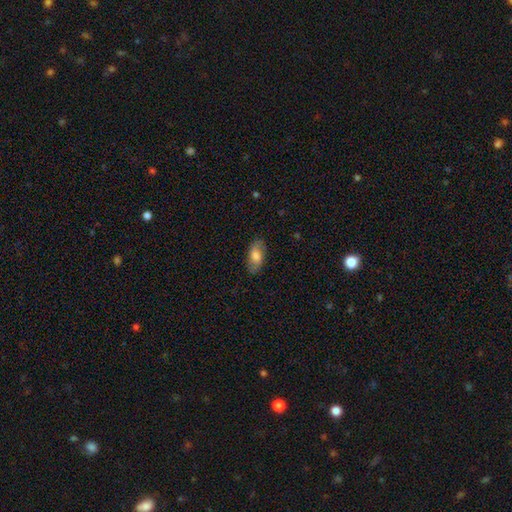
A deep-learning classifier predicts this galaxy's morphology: Smooth or featured? Predicted: smooth (p=0.70). How rounded? Predicted: in between (p=0.89). Merging? Predicted: none (p=0.82).